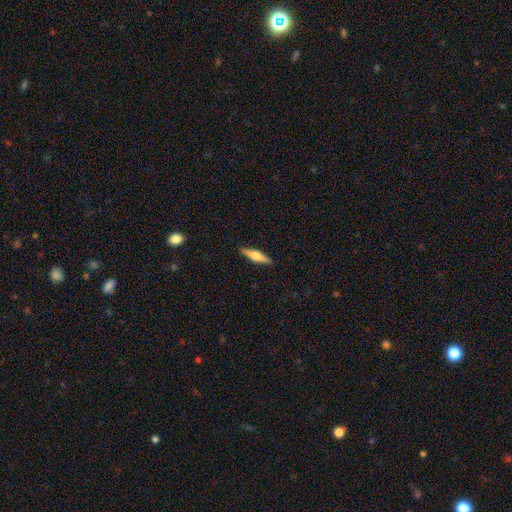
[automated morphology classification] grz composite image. It shows a featured or disk galaxy (52%) viewed edge-on (96%). Merging: none (90%).